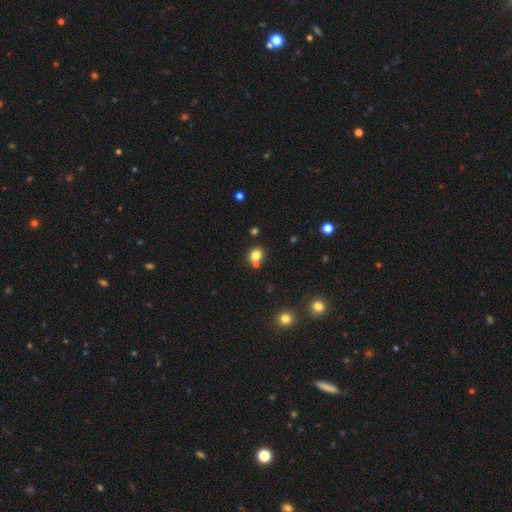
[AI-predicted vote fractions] smooth 79%, star or artifact 13%, featured or disk 8%. Down the decision tree: how rounded — round (70%); merging — none (67%).